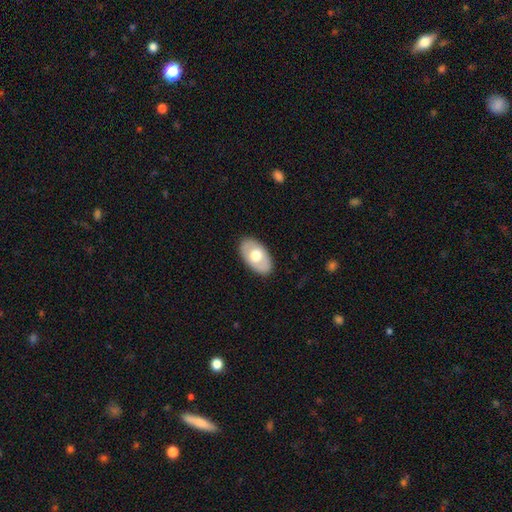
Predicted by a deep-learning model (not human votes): smooth_or_featured: smooth (p=0.58) [alt: featured or disk p=0.37]
how_rounded: in between (p=0.92) [alt: round p=0.06]
merging: none (p=0.86) [alt: minor disturbance p=0.10]